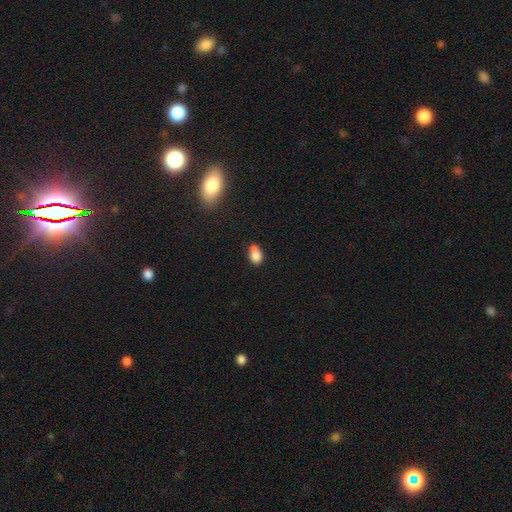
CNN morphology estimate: Smooth or featured: smooth — 81% (star or artifact — 10%)
How rounded: in between — 80% (round — 18%)
Merging: none — 46% (minor disturbance — 32%)